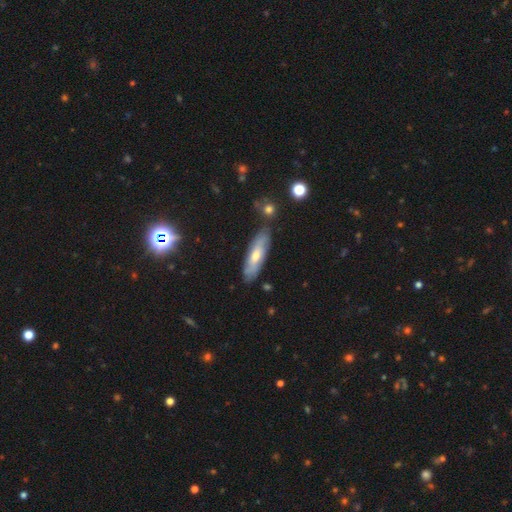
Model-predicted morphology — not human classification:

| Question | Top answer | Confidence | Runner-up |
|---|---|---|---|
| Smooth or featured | smooth | 47% | featured or disk (46%) |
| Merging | none | 80% | minor disturbance (13%) |